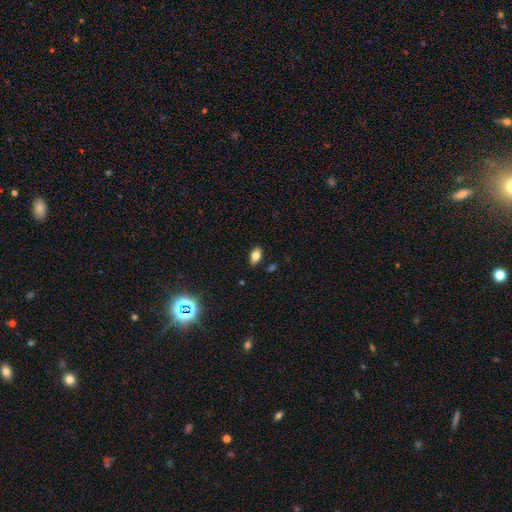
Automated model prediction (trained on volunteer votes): Q: Smooth or featured?
A: smooth (76%); runner-up: featured or disk (13%)
Q: How rounded?
A: in between (89%); runner-up: round (6%)
Q: Merging?
A: none (86%); runner-up: minor disturbance (10%)